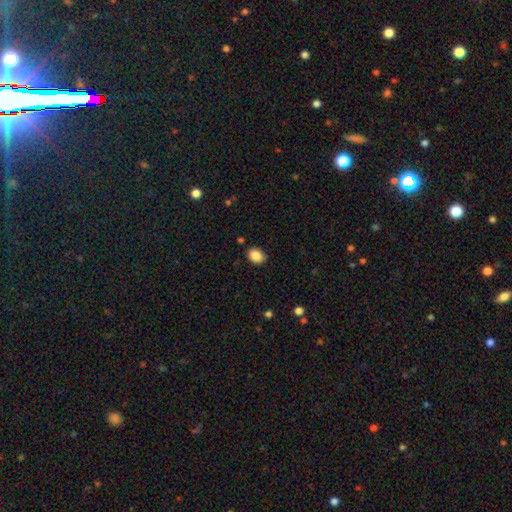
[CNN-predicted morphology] Smooth or featured?
  - smooth: 87% *
  - star or artifact: 8%
  - featured or disk: 4%
How rounded?
  - in between: 68% *
  - round: 31%
  - cigar-shaped: 1%
Merging?
  - none: 84% *
  - minor disturbance: 13%
  - major disturbance: 2%
  - merger: 2%